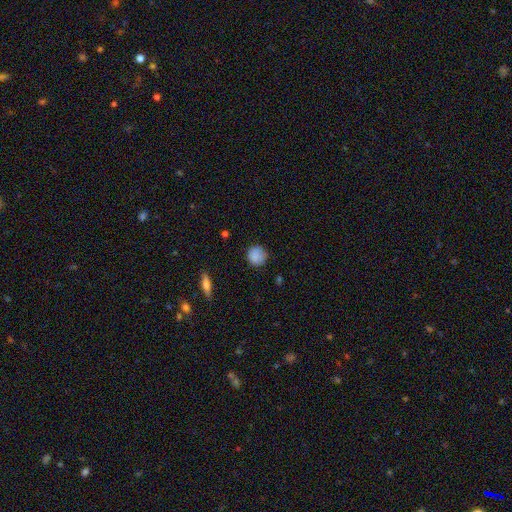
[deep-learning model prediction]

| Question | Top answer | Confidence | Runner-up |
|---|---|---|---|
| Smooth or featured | smooth | 87% | star or artifact (8%) |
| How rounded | round | 92% | in between (6%) |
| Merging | none | 85% | minor disturbance (12%) |